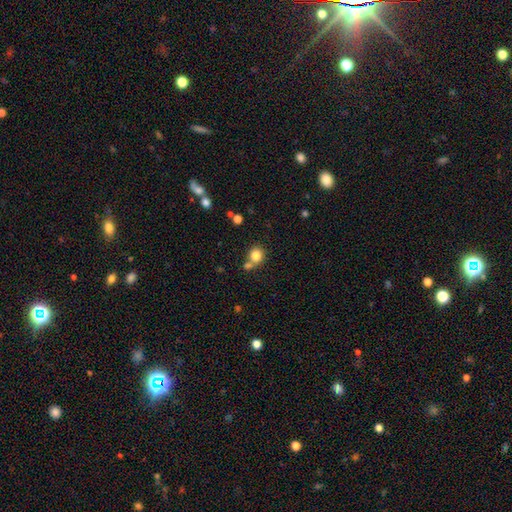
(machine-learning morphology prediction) Overall: smooth (82%). How rounded: round (82%). Merging: none (55%; merger 31%).